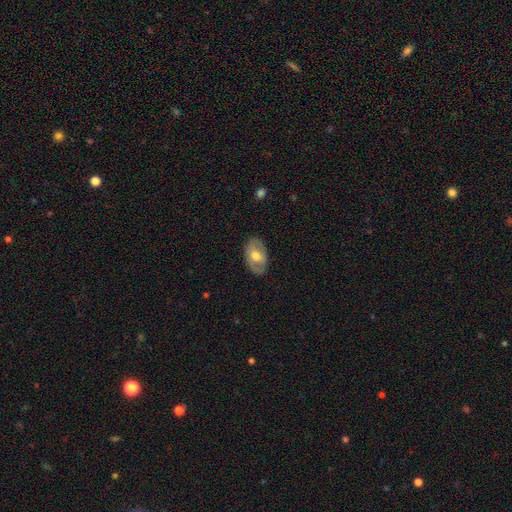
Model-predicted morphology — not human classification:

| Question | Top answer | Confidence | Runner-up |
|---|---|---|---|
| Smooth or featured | featured or disk | 47% | tied: smooth (47%) |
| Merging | none | 82% | minor disturbance (14%) |